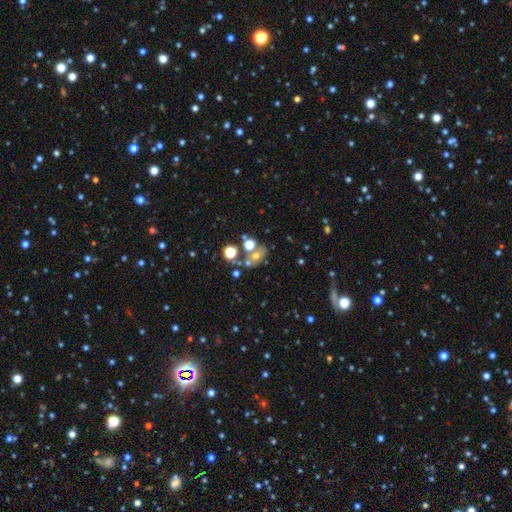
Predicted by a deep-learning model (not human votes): This is possibly a smooth galaxy (50%). How rounded: possibly in between (51%). Merging: possibly none (48%).